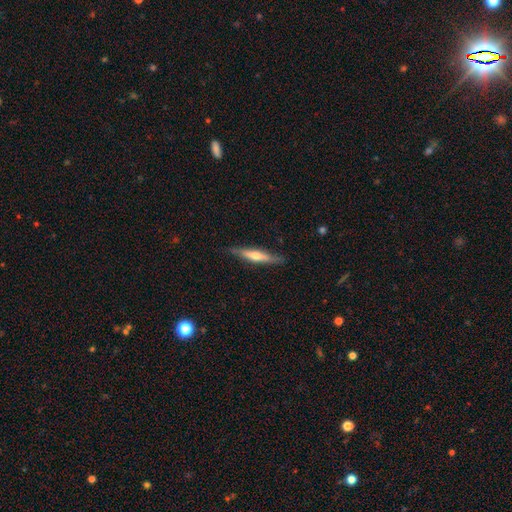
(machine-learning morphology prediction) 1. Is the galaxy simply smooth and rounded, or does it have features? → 54% featured or disk, 41% smooth, 6% star or artifact.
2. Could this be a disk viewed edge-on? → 93% yes, 7% no.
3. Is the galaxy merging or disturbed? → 83% none, 13% minor disturbance, 2% major disturbance, 1% merger.